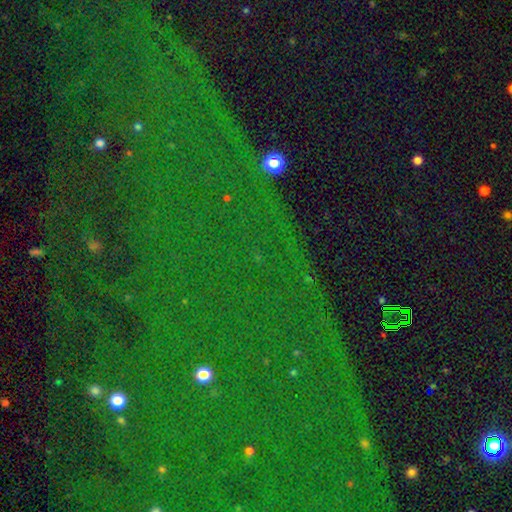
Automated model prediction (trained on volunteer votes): smooth-or-featured: star or artifact: 85% | featured or disk: 7% | smooth: 7%